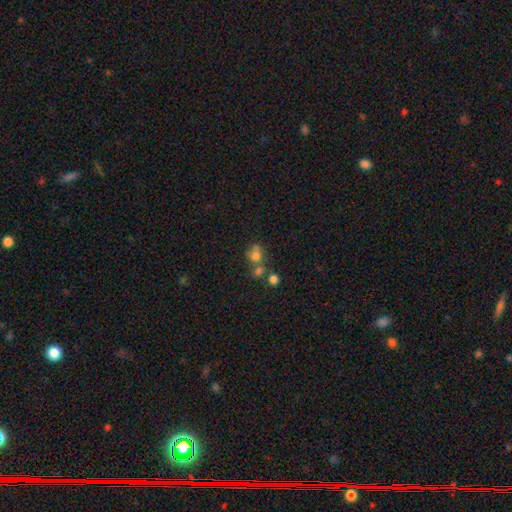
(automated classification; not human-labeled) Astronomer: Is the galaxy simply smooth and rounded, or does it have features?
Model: smooth — 70%.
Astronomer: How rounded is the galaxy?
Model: round — 70%.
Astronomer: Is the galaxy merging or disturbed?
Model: none — 41% (runner-up: merger, 40%).